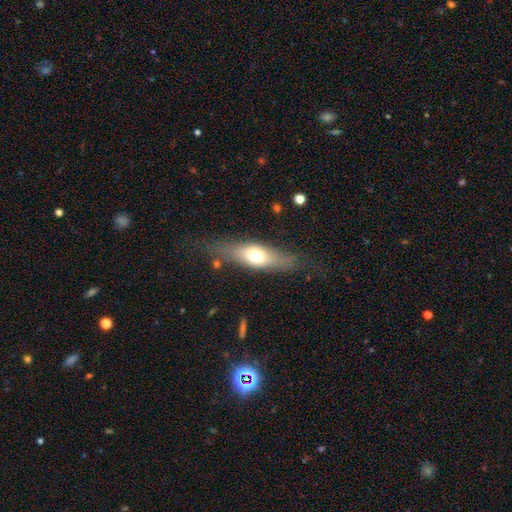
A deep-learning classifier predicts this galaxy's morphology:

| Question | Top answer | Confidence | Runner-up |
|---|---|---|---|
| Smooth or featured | smooth | 57% | featured or disk (36%) |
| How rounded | in between | 55% | cigar-shaped (40%) |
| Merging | none | 72% | minor disturbance (18%) |